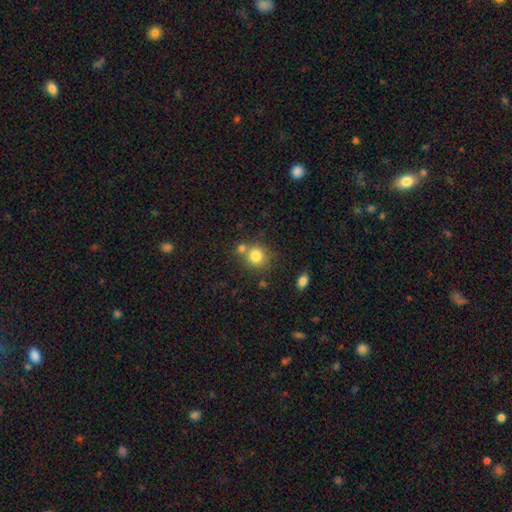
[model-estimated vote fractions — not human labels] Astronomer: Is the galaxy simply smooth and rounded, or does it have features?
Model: smooth — 80%.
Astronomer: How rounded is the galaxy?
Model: round — 86%.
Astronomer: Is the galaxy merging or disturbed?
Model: none — 60%.